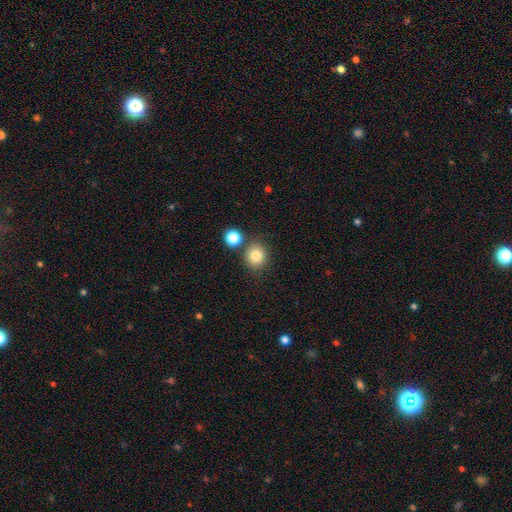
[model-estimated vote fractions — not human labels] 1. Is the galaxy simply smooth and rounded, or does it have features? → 82% smooth, 11% star or artifact, 7% featured or disk.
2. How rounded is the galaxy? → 82% round, 17% in between, 1% cigar-shaped.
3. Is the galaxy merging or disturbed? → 78% none, 11% merger, 8% minor disturbance, 3% major disturbance.